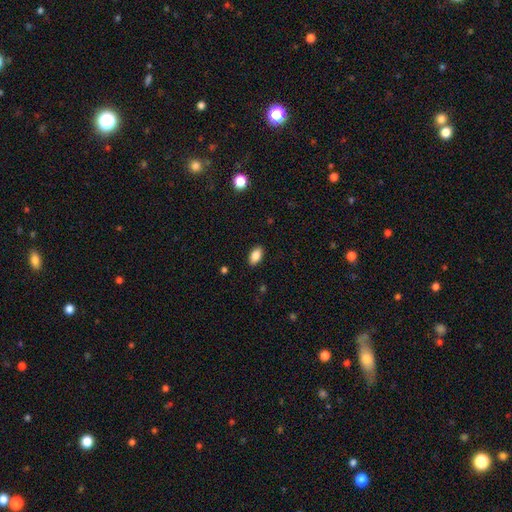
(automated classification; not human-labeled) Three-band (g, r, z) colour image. It shows a smooth galaxy with no disk features (86%) that is in between round and cigar-shaped (92%). Merging: none (89%).